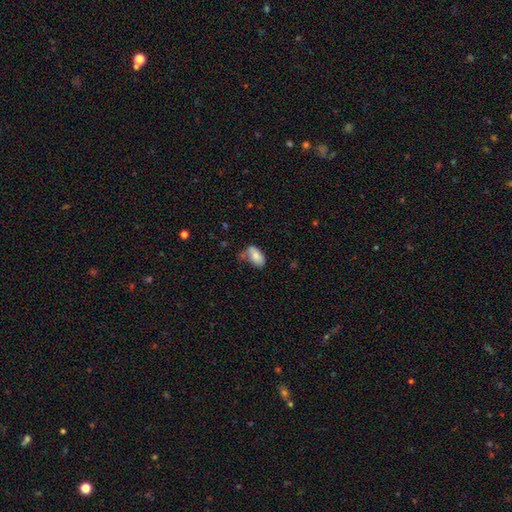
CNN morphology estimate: This is clearly a smooth galaxy (82%). How rounded: clearly in between (93%). Merging: possibly none (49%).